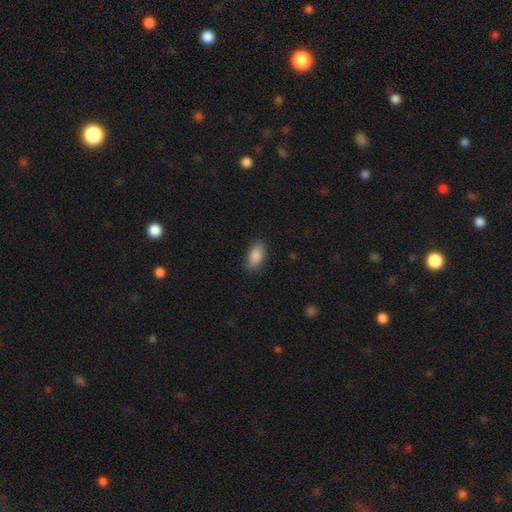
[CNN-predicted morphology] The model was most divided on "merging": none: 83%, minor disturbance: 13%, major disturbance: 3%, merger: 1%. More confident: how rounded — in between (92%); smooth or featured — smooth (89%).